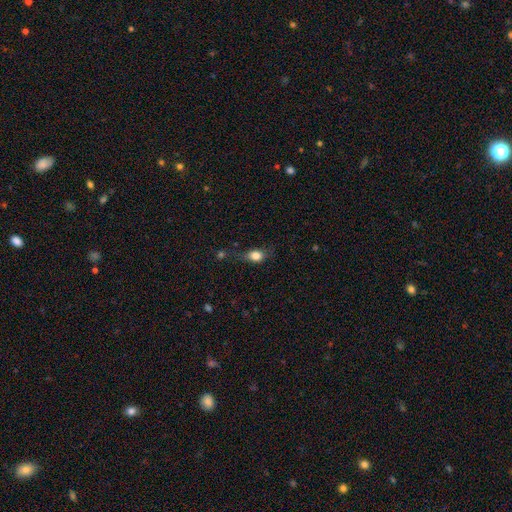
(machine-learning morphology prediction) This appears to be a smooth galaxy with no disk features (79%) that is in between round and cigar-shaped (62%). Merging: none (48%).